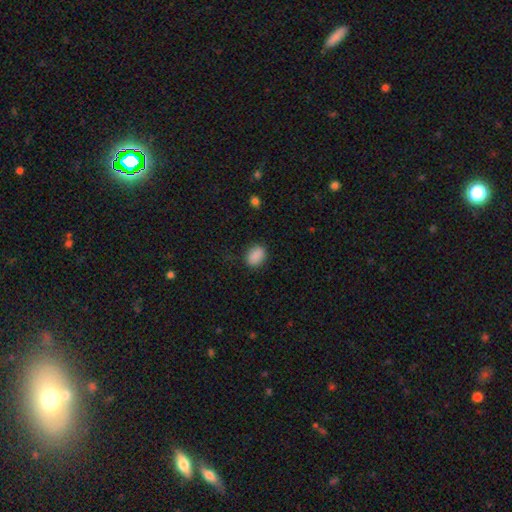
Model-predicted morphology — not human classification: Overall: smooth (88%). How rounded: in between (71%). Merging: none (83%).